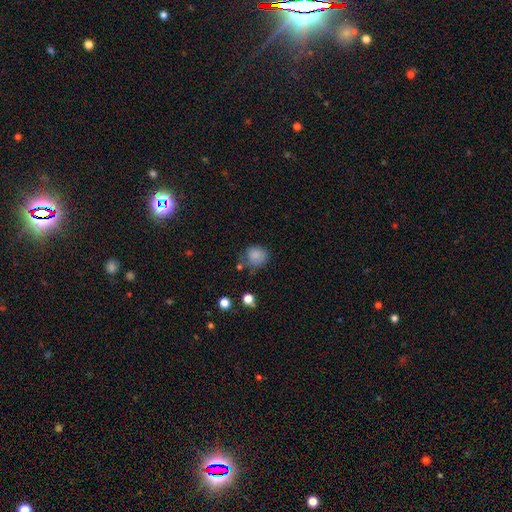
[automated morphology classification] smooth_or_featured: smooth (p=0.81) [alt: star or artifact p=0.10]
how_rounded: round (p=0.74) [alt: in between p=0.25]
merging: none (p=0.53) [alt: minor disturbance p=0.28]